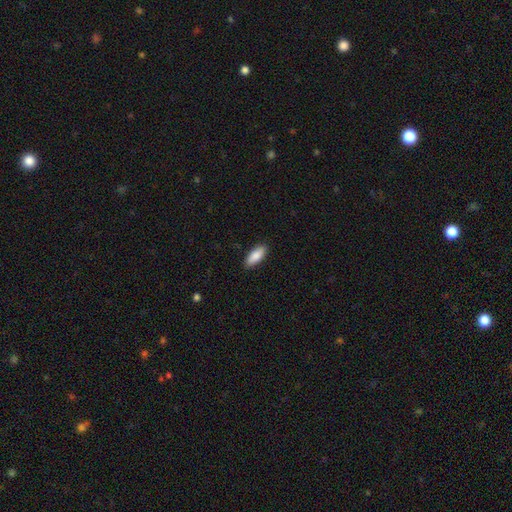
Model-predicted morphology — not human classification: Smooth or featured: smooth — 88% (featured or disk — 7%)
How rounded: in between — 78% (cigar-shaped — 20%)
Merging: none — 88% (minor disturbance — 9%)